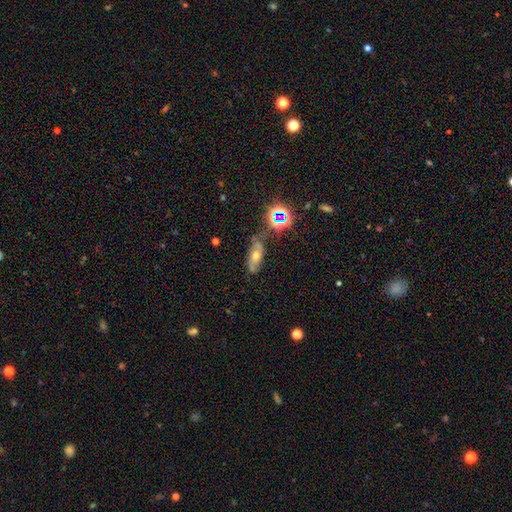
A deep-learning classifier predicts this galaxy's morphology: featured or disk 42%, smooth 29%, star or artifact 29%. Down the decision tree: merging — none (63%).